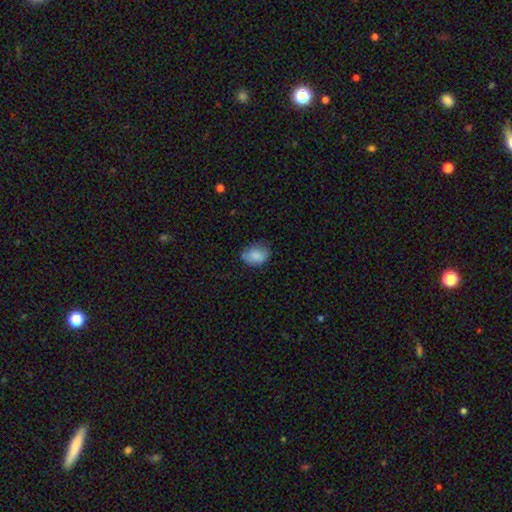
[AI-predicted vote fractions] smooth-or-featured: smooth: 83% | featured or disk: 9% | star or artifact: 8%
  how-rounded: in between: 70% | round: 29% | cigar-shaped: 1%
  merging: none: 62% | minor disturbance: 29% | major disturbance: 8% | merger: 1%